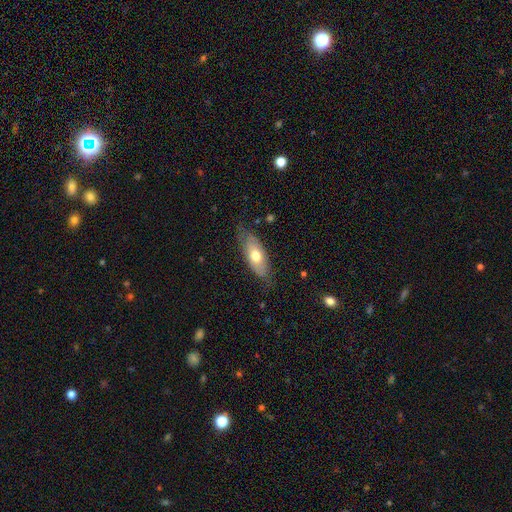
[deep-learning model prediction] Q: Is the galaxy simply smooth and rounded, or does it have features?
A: smooth — 58%.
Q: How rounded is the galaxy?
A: in between — 78%.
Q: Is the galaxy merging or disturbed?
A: none — 72%.